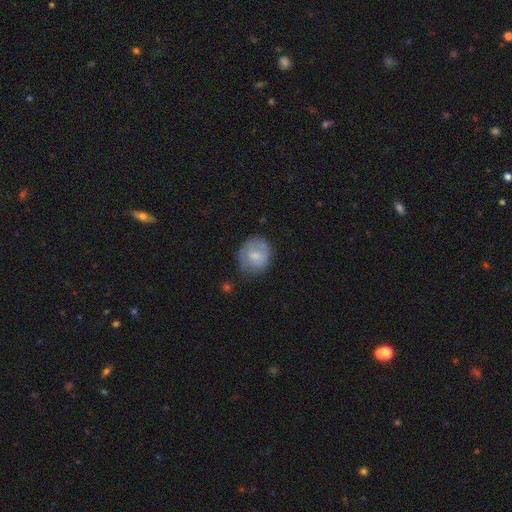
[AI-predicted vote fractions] smooth_or_featured: smooth (p=0.59) [alt: featured or disk p=0.33]
how_rounded: round (p=0.77) [alt: in between p=0.22]
merging: none (p=0.59) [alt: minor disturbance p=0.27]